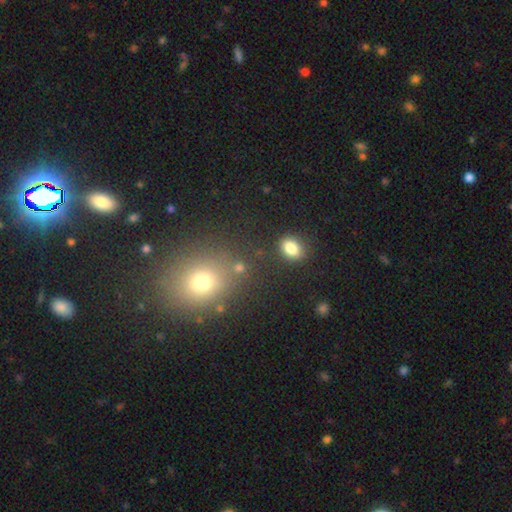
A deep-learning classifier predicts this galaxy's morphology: smooth-or-featured: smooth: 53% | star or artifact: 38% | featured or disk: 9%
  how-rounded: round: 69% | in between: 29% | cigar-shaped: 1%
  merging: none: 80% | minor disturbance: 9% | merger: 7% | major disturbance: 4%